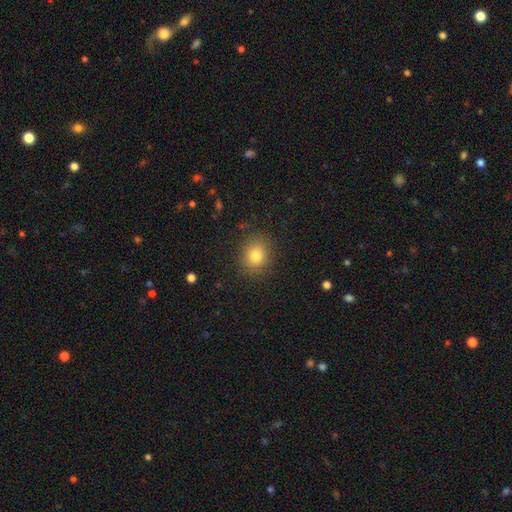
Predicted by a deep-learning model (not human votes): Morphology: type=smooth (80%); roundness=round (75%); merging=none (87%).